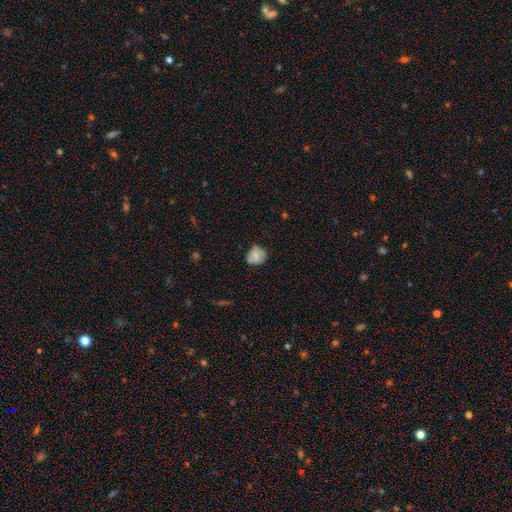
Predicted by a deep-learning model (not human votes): Morphology: type=smooth (72%); roundness=round (72%); merging=none (66%).